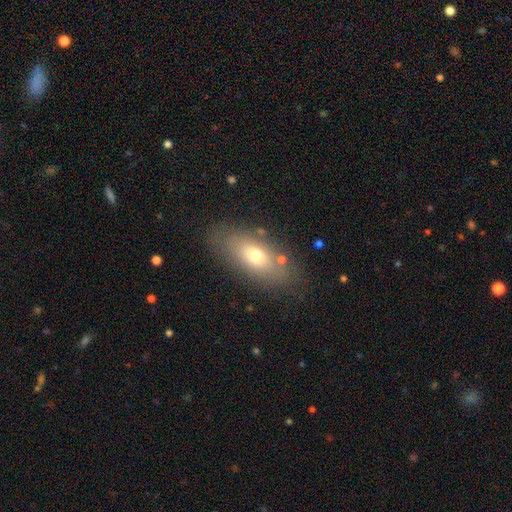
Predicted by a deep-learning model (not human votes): Q: Smooth or featured?
A: smooth (64%); runner-up: featured or disk (27%)
Q: How rounded?
A: in between (84%); runner-up: cigar-shaped (10%)
Q: Merging?
A: none (78%); runner-up: minor disturbance (13%)